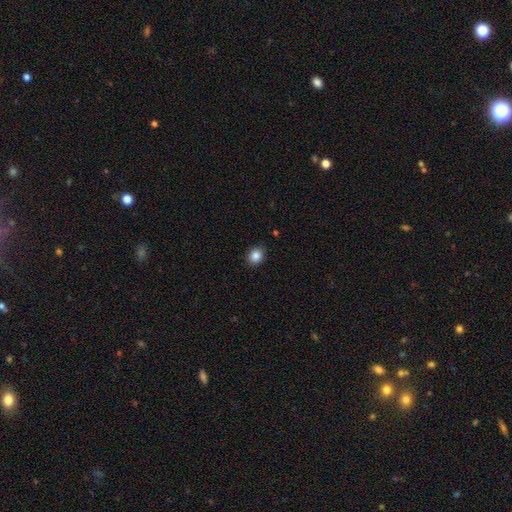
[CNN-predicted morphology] This is clearly a smooth galaxy (86%). How rounded: possibly round (55%). Merging: clearly none (89%).